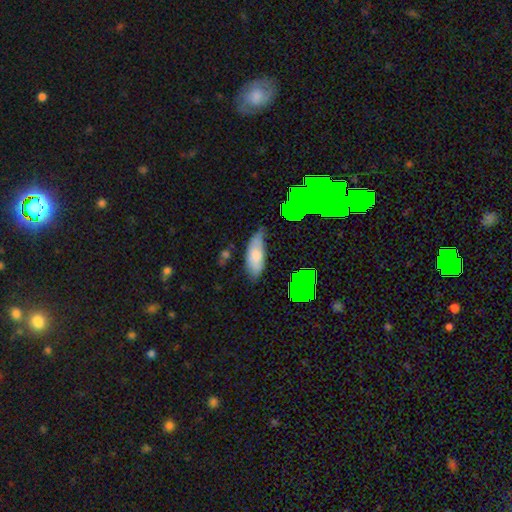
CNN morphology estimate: A smooth galaxy with no disk features (68%) that is in between round and cigar-shaped (73%).

Vote fractions:
- Smooth or featured? smooth: 68% / featured or disk: 22% / star or artifact: 10%
- How rounded? in between: 73% / cigar-shaped: 25% / round: 2%
- Merging? none: 63% / minor disturbance: 27% / major disturbance: 6% / merger: 4%